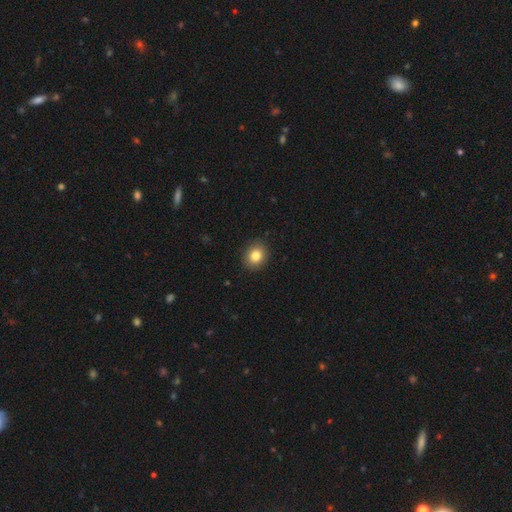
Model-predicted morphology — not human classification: smooth-or-featured: smooth: 82% | star or artifact: 10% | featured or disk: 8%
  how-rounded: round: 69% | in between: 30% | cigar-shaped: 1%
  merging: none: 90% | minor disturbance: 7% | major disturbance: 2% | merger: 1%